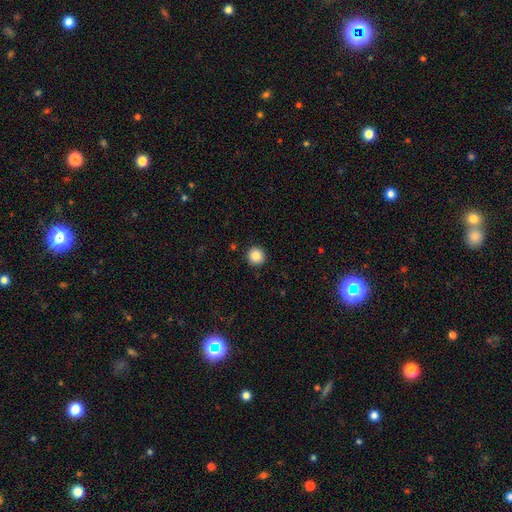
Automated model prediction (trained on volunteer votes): Overall: smooth (86%). How rounded: round (95%). Merging: none (92%).